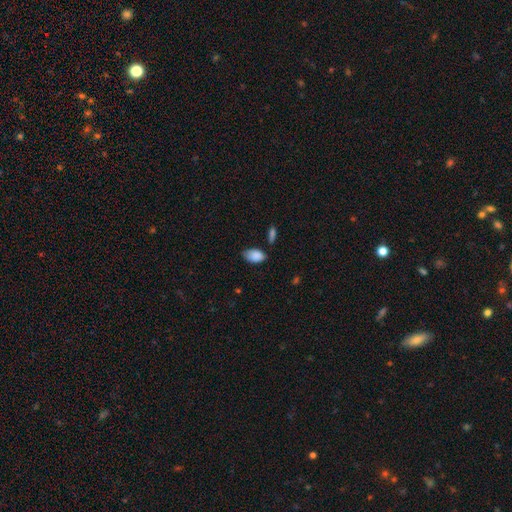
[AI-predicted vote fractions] Smooth or featured: smooth — 87% (star or artifact — 7%)
How rounded: in between — 92% (round — 6%)
Merging: none — 54% (minor disturbance — 35%)